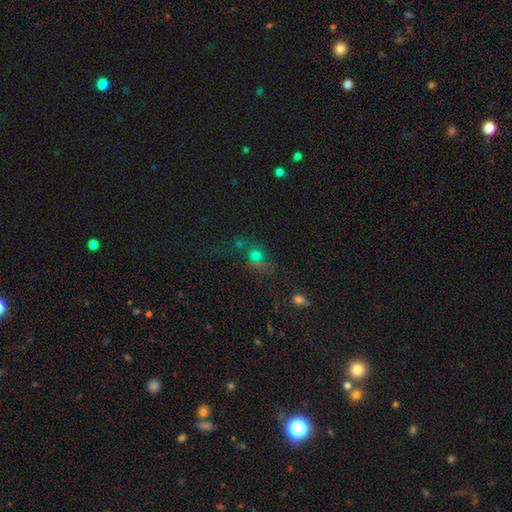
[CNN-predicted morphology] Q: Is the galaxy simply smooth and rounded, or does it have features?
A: smooth — 52%.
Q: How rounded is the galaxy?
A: round — 62%.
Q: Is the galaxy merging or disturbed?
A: none — 47%.